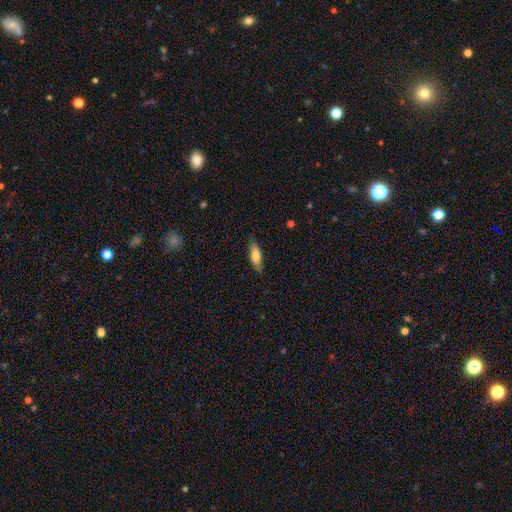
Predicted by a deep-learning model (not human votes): Smooth or featured: smooth — 69% (featured or disk — 24%)
How rounded: in between — 53% (cigar-shaped — 44%)
Merging: none — 80% (minor disturbance — 16%)